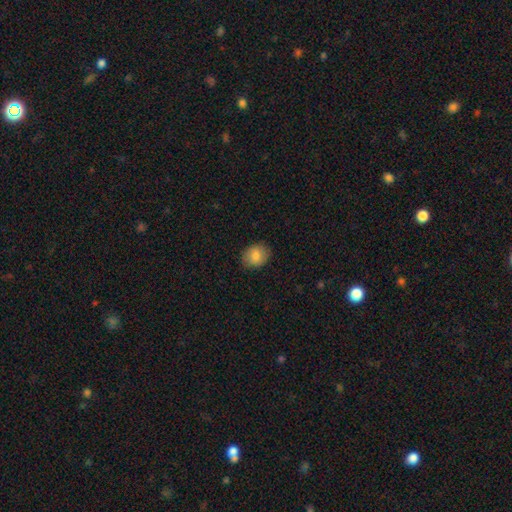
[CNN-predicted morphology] smooth 83%, featured or disk 9%, star or artifact 8%. Down the decision tree: how rounded — in between (52%); merging — none (86%).